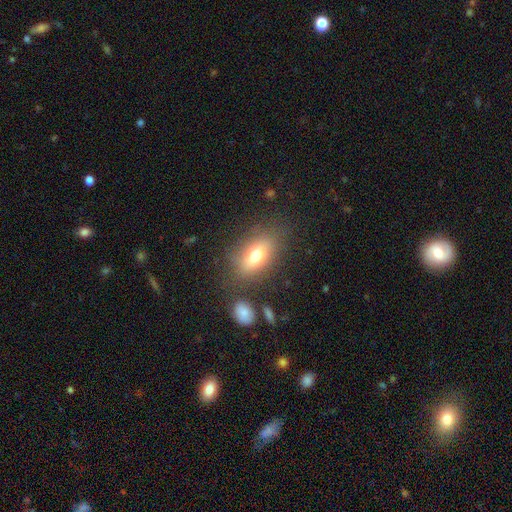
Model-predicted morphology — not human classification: smooth_or_featured: smooth (p=0.73) [alt: featured or disk p=0.17]
how_rounded: in between (p=0.83) [alt: round p=0.11]
merging: none (p=0.74) [alt: minor disturbance p=0.15]